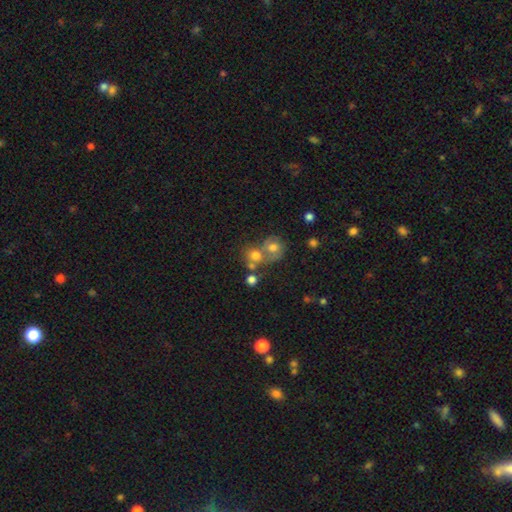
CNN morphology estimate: Overall: smooth (66%). How rounded: round (75%). Merging: merger (50%; none 34%).